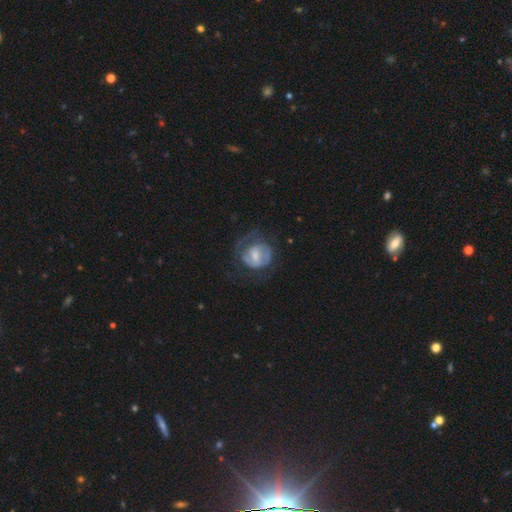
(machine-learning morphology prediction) Smooth or featured?
  - featured or disk: 63% *
  - smooth: 30%
  - star or artifact: 7%
Edge-on disk?
  - no: 97% *
  - yes: 3%
Bar?
  - weak: 48% *
  - no: 28%
  - strong: 24%
Spiral arms?
  - yes: 63% *
  - no: 37%
Bulge size?
  - moderate: 42% *
  - small: 34%
  - none: 13%
  - large: 9%
  - dominant: 1%
Merging?
  - none: 47% *
  - major disturbance: 30%
  - minor disturbance: 21%
  - merger: 2%